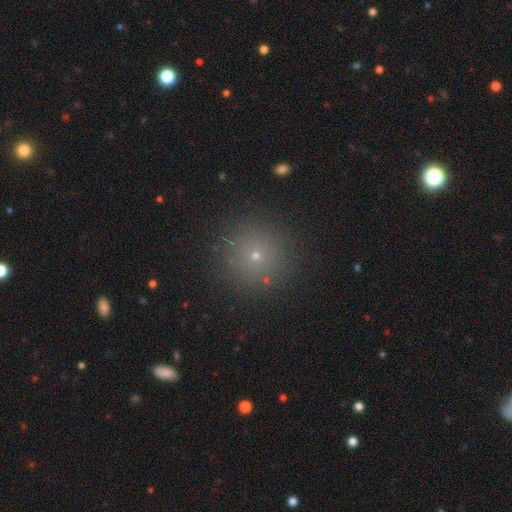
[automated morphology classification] Smooth or featured? smooth (66%)
How rounded? round (96%)
Merging? none (90%)